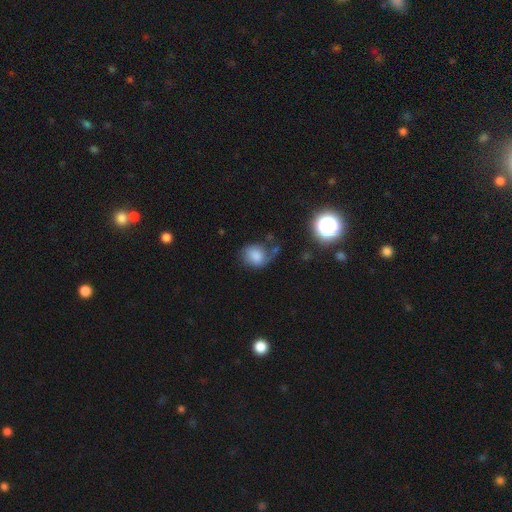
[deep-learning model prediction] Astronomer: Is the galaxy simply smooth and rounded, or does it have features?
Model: smooth — 73%.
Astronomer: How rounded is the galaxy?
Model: round — 61% (runner-up: in between, 38%).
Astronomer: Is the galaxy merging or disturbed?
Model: none — 44% (runner-up: minor disturbance, 27%).